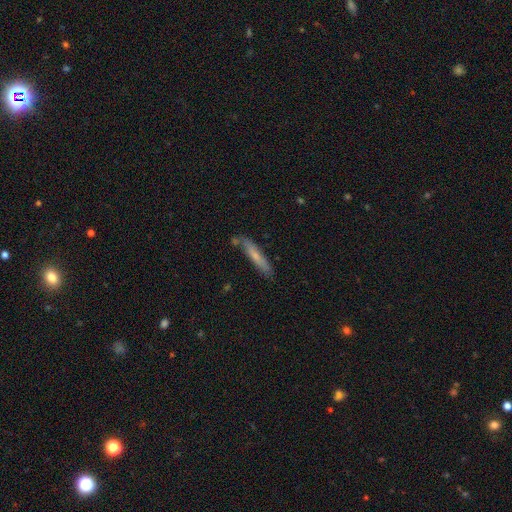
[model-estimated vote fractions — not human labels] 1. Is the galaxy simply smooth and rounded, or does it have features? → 60% smooth, 34% featured or disk, 6% star or artifact.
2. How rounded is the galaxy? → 92% cigar-shaped, 7% in between, 1% round.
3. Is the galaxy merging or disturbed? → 77% none, 15% minor disturbance, 5% merger, 3% major disturbance.